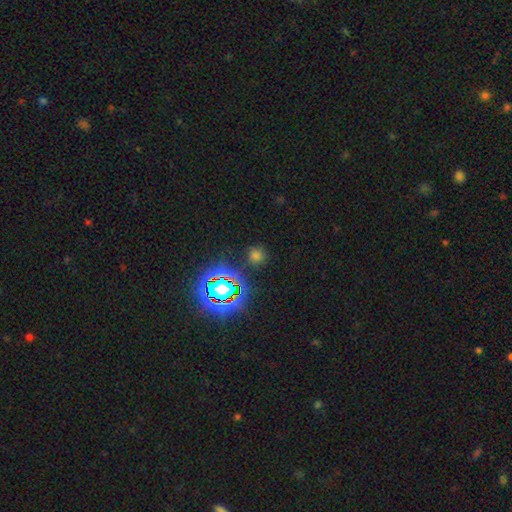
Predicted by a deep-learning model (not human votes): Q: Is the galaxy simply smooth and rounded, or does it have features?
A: smooth — 56%.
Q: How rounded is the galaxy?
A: round — 87%.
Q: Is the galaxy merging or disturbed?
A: none — 82%.